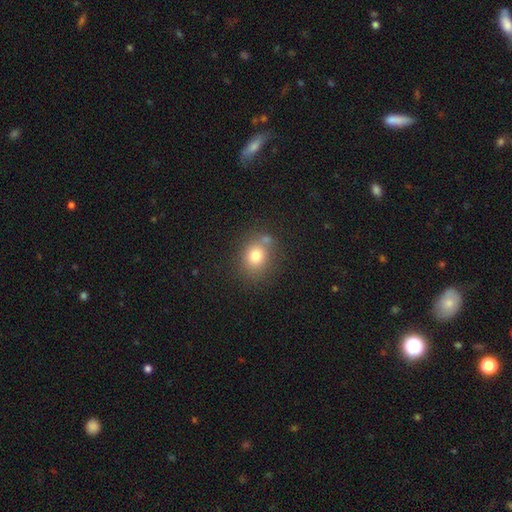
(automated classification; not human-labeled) smooth-or-featured: smooth: 77% | star or artifact: 12% | featured or disk: 11%
  how-rounded: round: 66% | in between: 33% | cigar-shaped: 1%
  merging: none: 65% | merger: 15% | minor disturbance: 15% | major disturbance: 5%